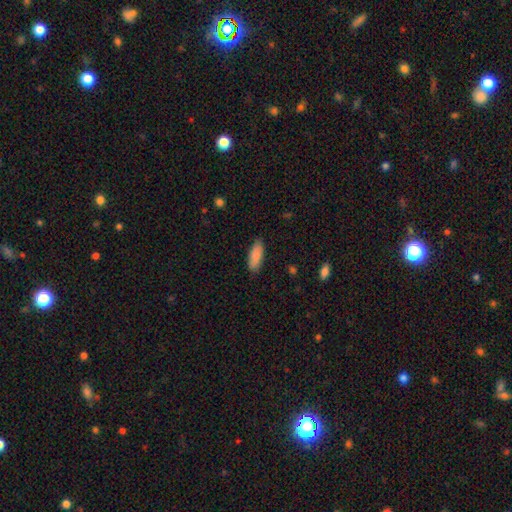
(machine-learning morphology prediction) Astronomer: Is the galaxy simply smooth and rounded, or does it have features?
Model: smooth — 88%.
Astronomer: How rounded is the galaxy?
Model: in between — 73%.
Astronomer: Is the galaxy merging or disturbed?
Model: none — 86%.